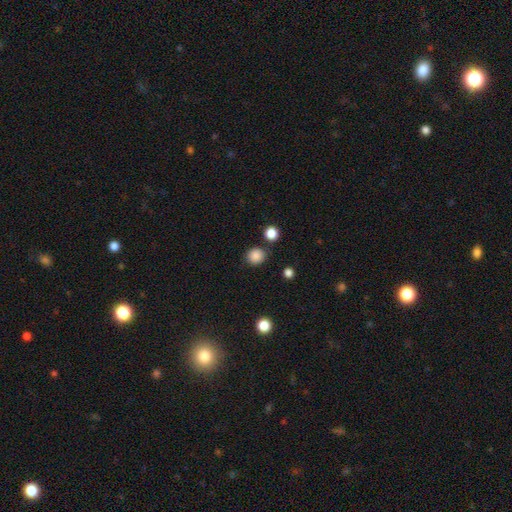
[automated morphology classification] smooth 86%, star or artifact 11%, featured or disk 3%. Down the decision tree: how rounded — round (87%); merging — none (84%).